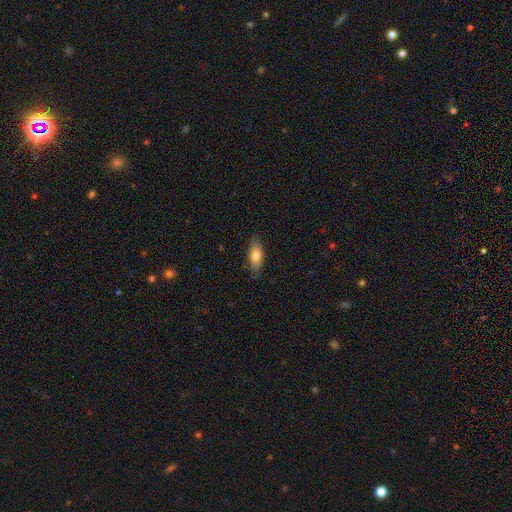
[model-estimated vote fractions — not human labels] Smooth or featured? smooth (73%)
How rounded? in between (70%)
Merging? none (83%)